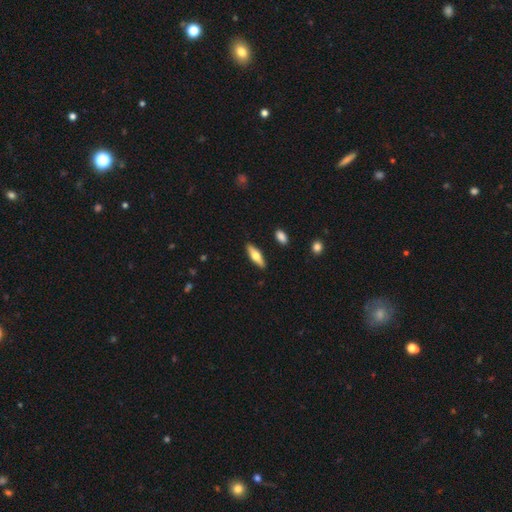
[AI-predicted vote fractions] Smooth or featured? Predicted: smooth (p=0.52). How rounded? Predicted: cigar-shaped (p=0.52). Merging? Predicted: none (p=0.88).